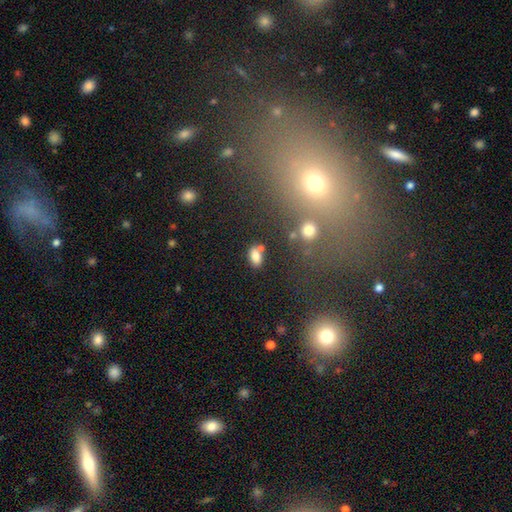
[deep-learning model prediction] Smooth or featured?
  - smooth: 81% *
  - star or artifact: 11%
  - featured or disk: 8%
How rounded?
  - in between: 88% *
  - round: 9%
  - cigar-shaped: 3%
Merging?
  - none: 66% *
  - merger: 15%
  - minor disturbance: 14%
  - major disturbance: 5%